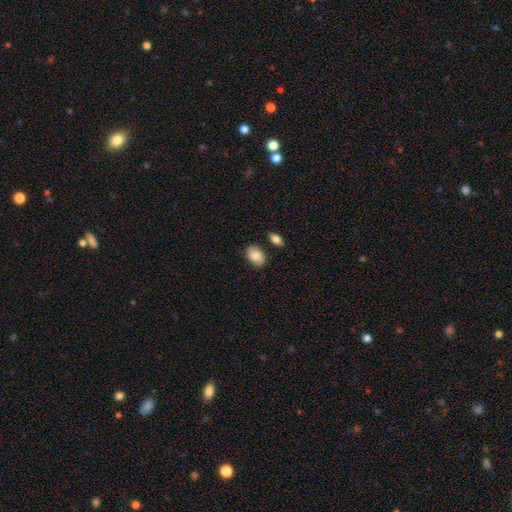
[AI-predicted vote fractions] smooth_or_featured: smooth (p=0.82) [alt: featured or disk p=0.11]
how_rounded: in between (p=0.81) [alt: round p=0.18]
merging: none (p=0.78) [alt: minor disturbance p=0.14]